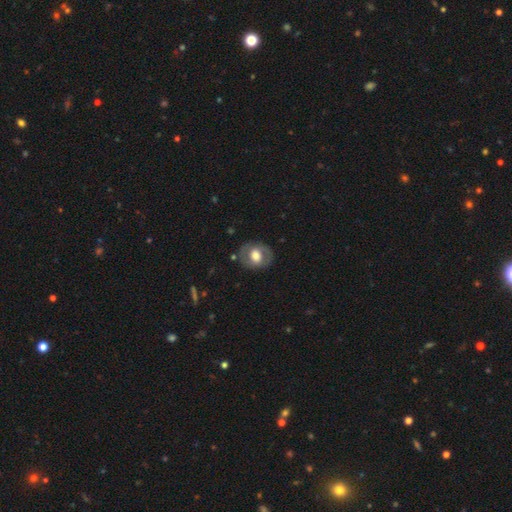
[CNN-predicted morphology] This is possibly a smooth galaxy (50%). Merging: likely none (79%).